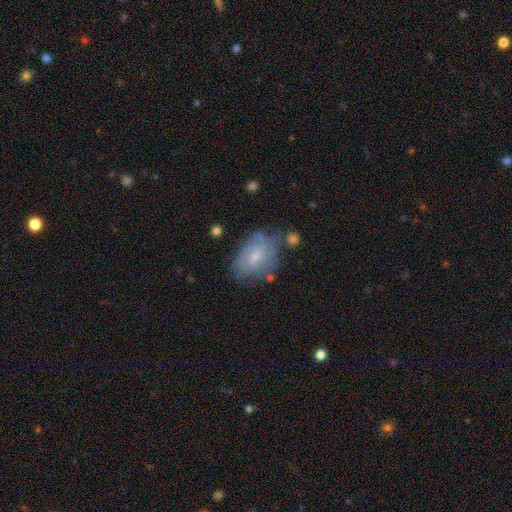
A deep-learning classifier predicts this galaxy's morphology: Smooth or featured? featured or disk (60%)
Edge-on disk? no (96%)
Bar? no (64%)
Spiral arms? yes (77%)
Bulge size? small (62%)
Merging? none (54%)